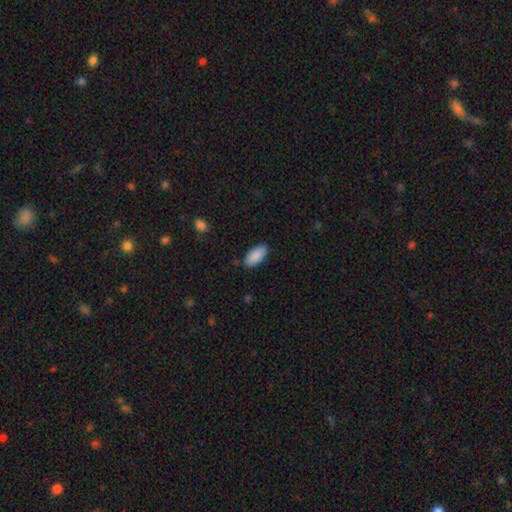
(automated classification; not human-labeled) A smooth galaxy with no disk features (90%) that is in between round and cigar-shaped (91%). Merging: none (86%).